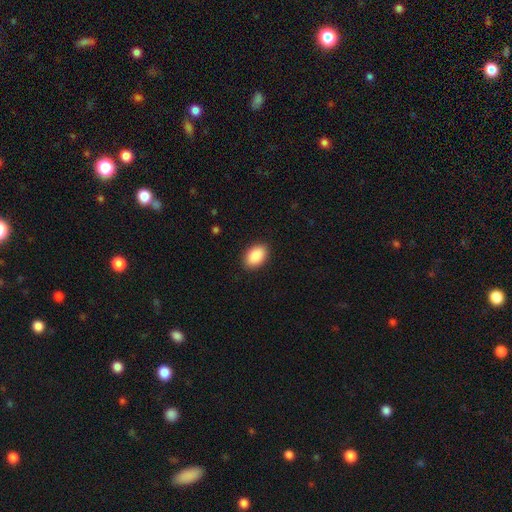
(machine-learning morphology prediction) type=smooth (89%); roundness=in between (89%); merging=none (89%).